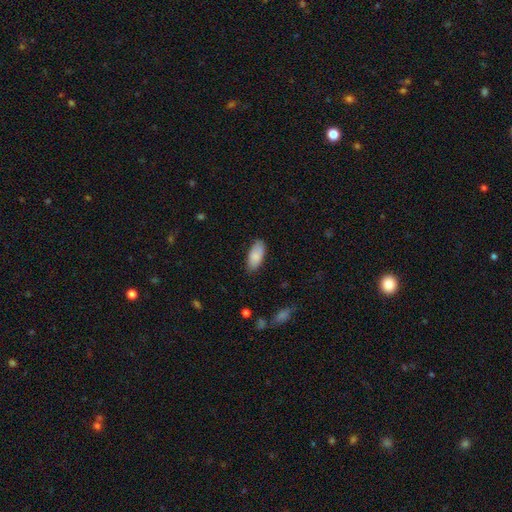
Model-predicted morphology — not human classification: This is clearly a smooth galaxy (85%). How rounded: clearly in between (90%). Merging: clearly none (80%).